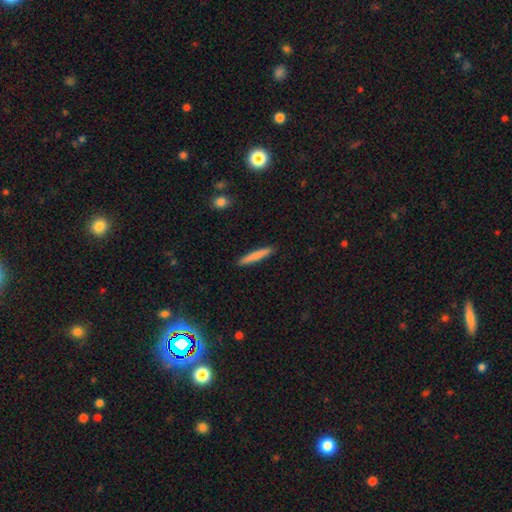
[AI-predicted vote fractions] Q: Smooth or featured?
A: smooth (77%); runner-up: featured or disk (17%)
Q: How rounded?
A: cigar-shaped (94%); runner-up: in between (5%)
Q: Merging?
A: none (91%); runner-up: minor disturbance (6%)